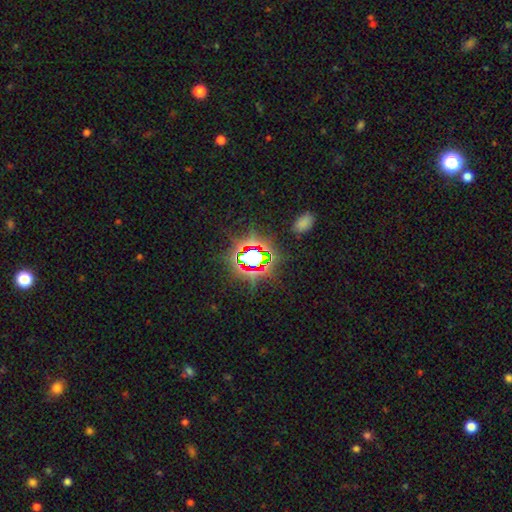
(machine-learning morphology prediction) This appears to be a star or artifact, not a galaxy (79%).